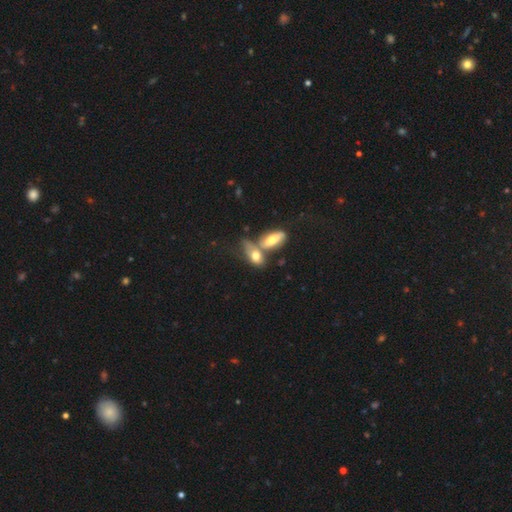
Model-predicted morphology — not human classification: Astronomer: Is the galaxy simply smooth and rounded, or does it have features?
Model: smooth — 68%.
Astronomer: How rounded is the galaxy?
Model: in between — 81%.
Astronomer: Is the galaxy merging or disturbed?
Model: merger — 58%.